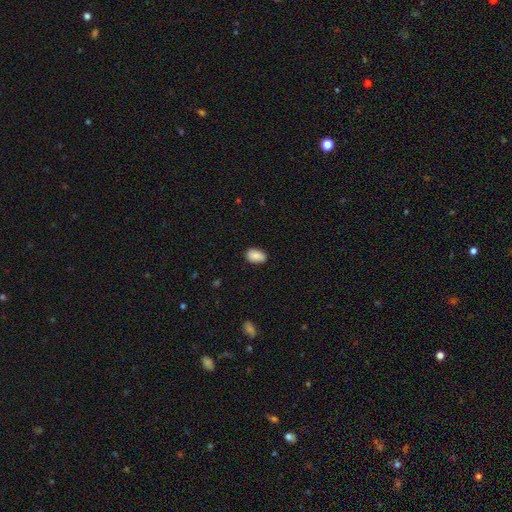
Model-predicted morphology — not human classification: This appears to be a smooth galaxy with no disk features (88%) that is in between round and cigar-shaped (90%). Merging: none (83%).